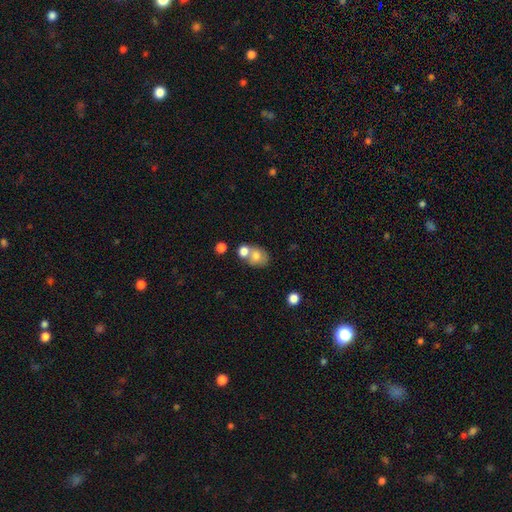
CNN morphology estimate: Q: Smooth or featured?
A: smooth (72%); runner-up: featured or disk (18%)
Q: How rounded?
A: round (50%); runner-up: in between (49%)
Q: Merging?
A: merger (49%); runner-up: none (35%)